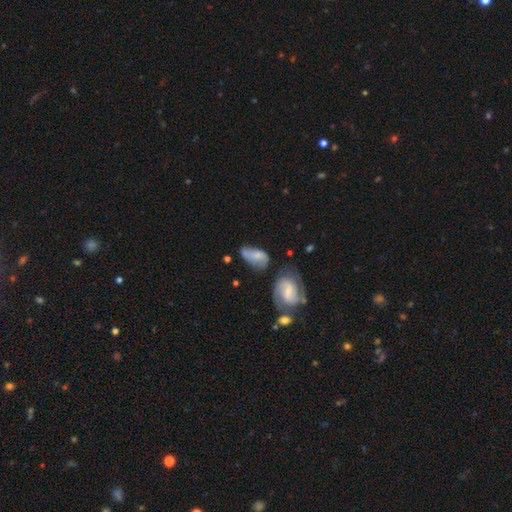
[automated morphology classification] The model was most divided on "merging": none: 39%, minor disturbance: 30%, major disturbance: 19%, merger: 12%. More confident: how rounded — in between (89%); smooth or featured — smooth (51%).